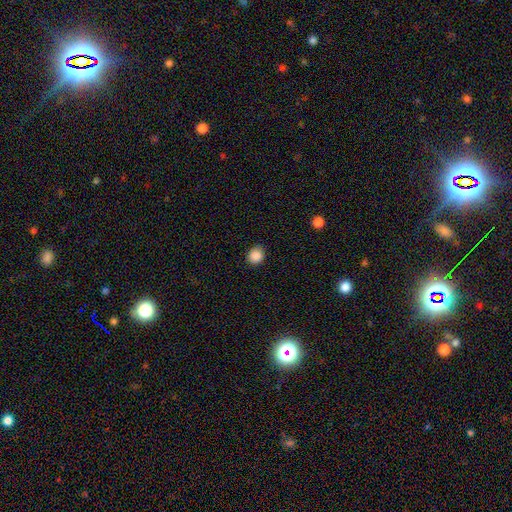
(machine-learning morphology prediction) smooth-or-featured: smooth: 88% | star or artifact: 10% | featured or disk: 3%
  how-rounded: round: 74% | in between: 25% | cigar-shaped: 1%
  merging: none: 86% | minor disturbance: 10% | major disturbance: 2% | merger: 1%